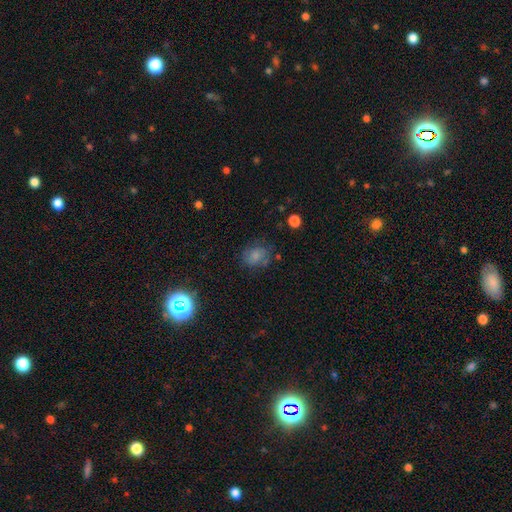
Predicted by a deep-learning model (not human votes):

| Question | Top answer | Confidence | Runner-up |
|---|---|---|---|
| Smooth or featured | smooth | 76% | star or artifact (14%) |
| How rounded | round | 53% | in between (46%) |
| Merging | none | 69% | minor disturbance (20%) |